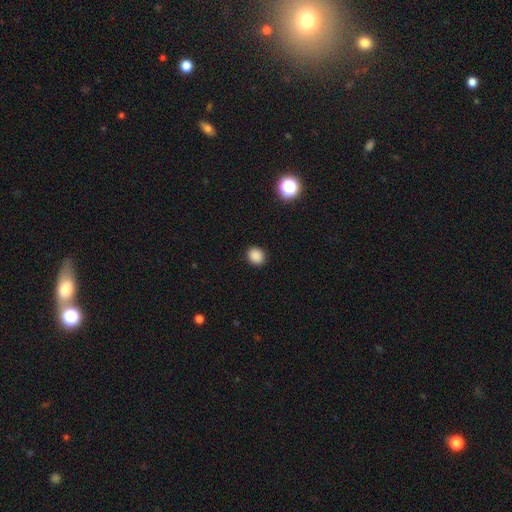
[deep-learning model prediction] smooth_or_featured: smooth (p=0.87) [alt: star or artifact p=0.10]
how_rounded: round (p=0.67) [alt: in between p=0.32]
merging: none (p=0.91) [alt: minor disturbance p=0.06]